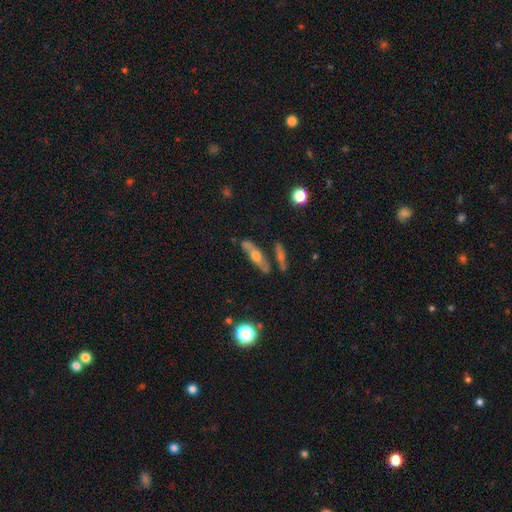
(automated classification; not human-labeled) Morphology: type=featured or disk (59%); edge-on=yes (75%); merging=none (72%).